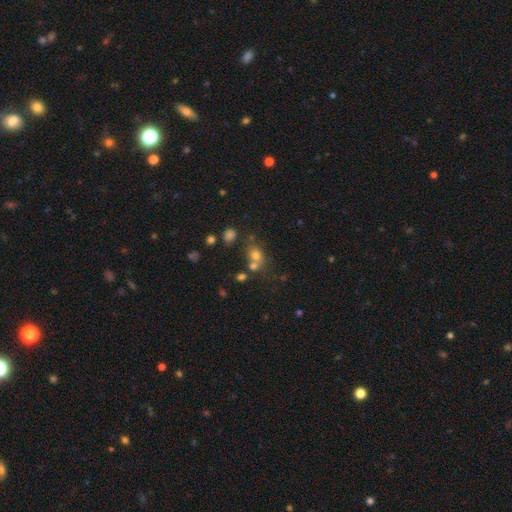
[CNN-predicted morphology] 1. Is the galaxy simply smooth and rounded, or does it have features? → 67% smooth, 20% star or artifact, 13% featured or disk.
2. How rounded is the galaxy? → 62% round, 37% in between, 1% cigar-shaped.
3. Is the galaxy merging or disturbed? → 44% none, 38% merger, 12% minor disturbance, 6% major disturbance.